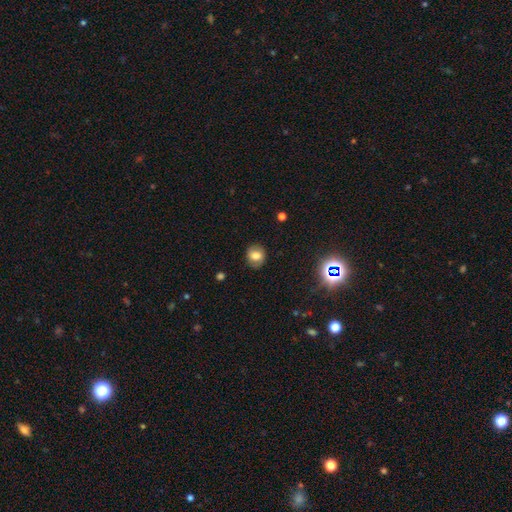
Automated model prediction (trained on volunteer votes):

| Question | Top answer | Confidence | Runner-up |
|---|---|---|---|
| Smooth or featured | smooth | 69% | featured or disk (18%) |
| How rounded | round | 69% | in between (30%) |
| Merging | none | 84% | minor disturbance (12%) |